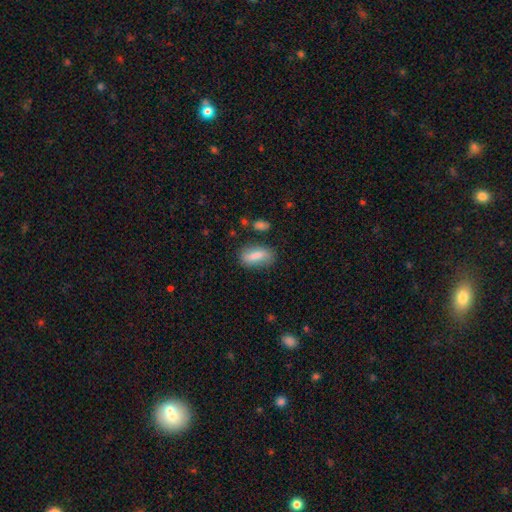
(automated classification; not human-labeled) smooth 76%, featured or disk 17%, star or artifact 7%. Down the decision tree: how rounded — in between (78%); merging — none (74%).